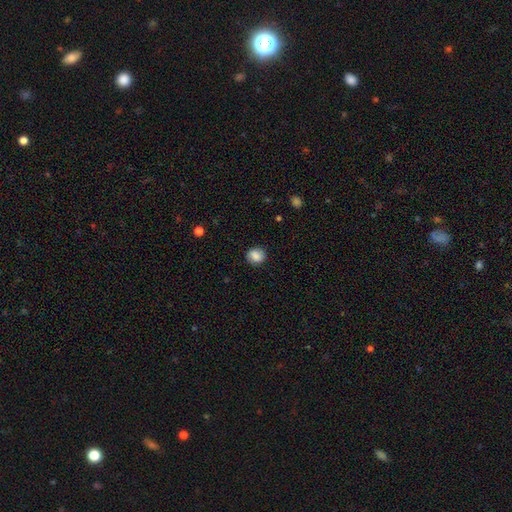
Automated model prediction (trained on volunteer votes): Smooth or featured: smooth — 82% (featured or disk — 9%)
How rounded: round — 76% (in between — 23%)
Merging: none — 84% (minor disturbance — 11%)